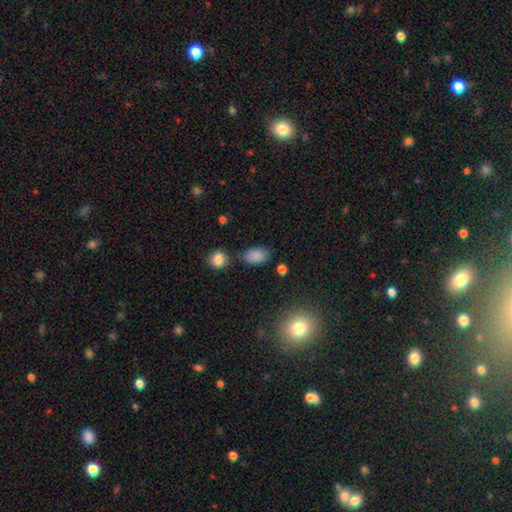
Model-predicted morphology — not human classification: A smooth galaxy with no disk features (85%) that is in between round and cigar-shaped (88%). Merging: none (72%).